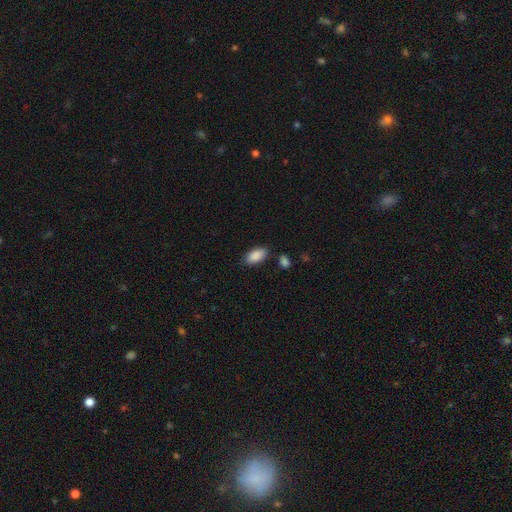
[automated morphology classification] Smooth or featured? Predicted: smooth (p=0.90). How rounded? Predicted: in between (p=0.94). Merging? Predicted: none (p=0.81).